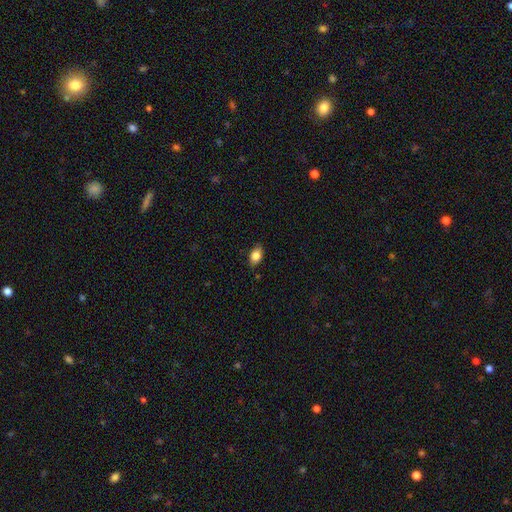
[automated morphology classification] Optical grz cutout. It shows a smooth galaxy with no disk features (84%) that is in between round and cigar-shaped (85%). Merging: none (83%).